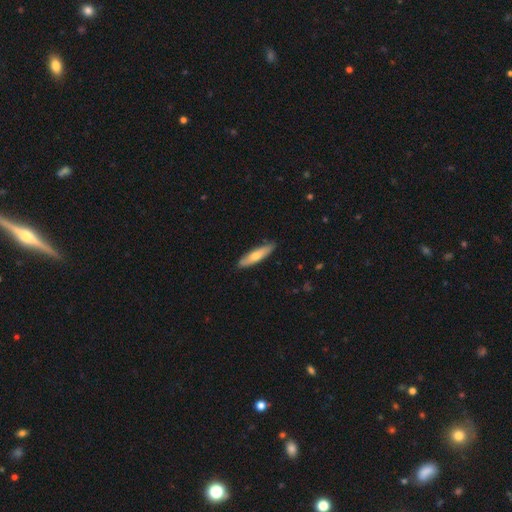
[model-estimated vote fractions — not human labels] This is likely a smooth galaxy (62%). How rounded: likely cigar-shaped (78%). Merging: clearly none (87%).